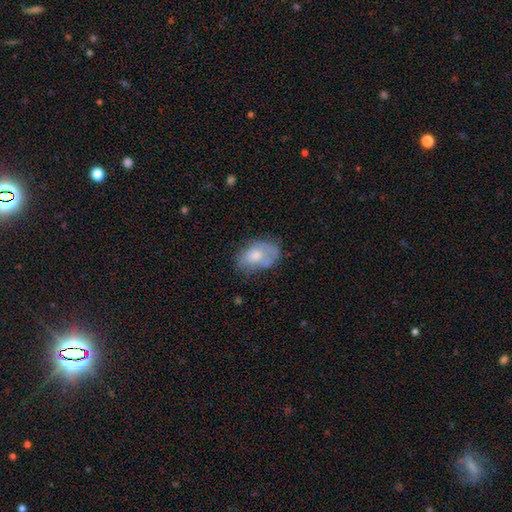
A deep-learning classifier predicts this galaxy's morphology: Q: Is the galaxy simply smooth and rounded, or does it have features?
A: smooth — 49%.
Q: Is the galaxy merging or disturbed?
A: none — 53%.